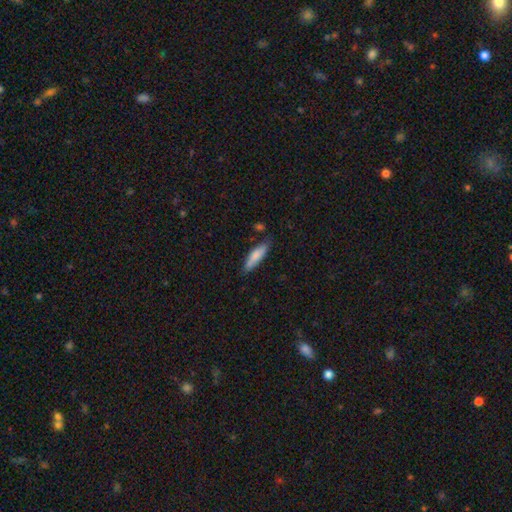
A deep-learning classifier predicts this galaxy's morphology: smooth_or_featured: smooth (p=0.80) [alt: featured or disk p=0.15]
how_rounded: cigar-shaped (p=0.61) [alt: in between p=0.37]
merging: none (p=0.74) [alt: minor disturbance p=0.19]